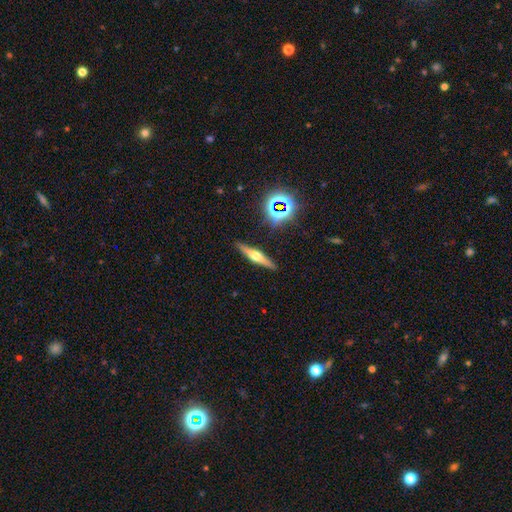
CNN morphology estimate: Smooth or featured: featured or disk — 65% (smooth — 24%)
Edge-on disk: yes — 96% (no — 4%)
Edge-on bulge: rounded — 92% (boxy — 5%)
Merging: none — 89% (minor disturbance — 8%)